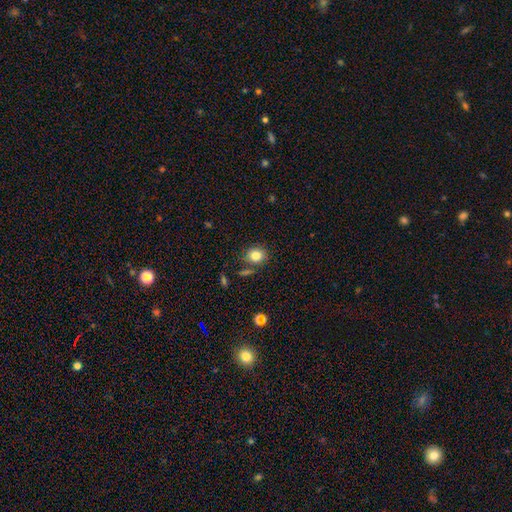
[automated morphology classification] smooth 83%, star or artifact 10%, featured or disk 7%. Down the decision tree: how rounded — round (71%); merging — none (77%).